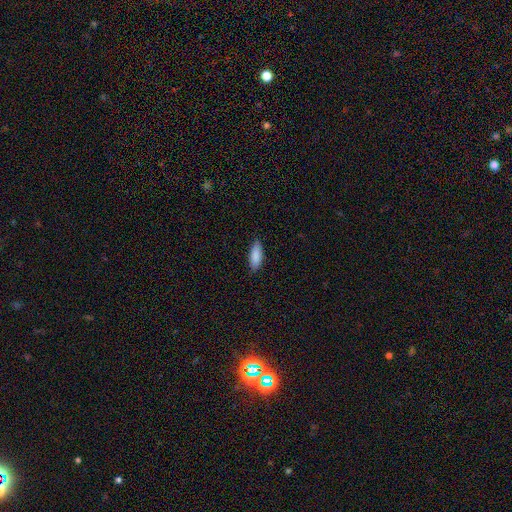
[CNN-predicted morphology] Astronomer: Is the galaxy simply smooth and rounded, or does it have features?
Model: smooth — 88%.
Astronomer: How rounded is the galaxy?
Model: in between — 69%.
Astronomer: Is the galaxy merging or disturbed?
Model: none — 84%.